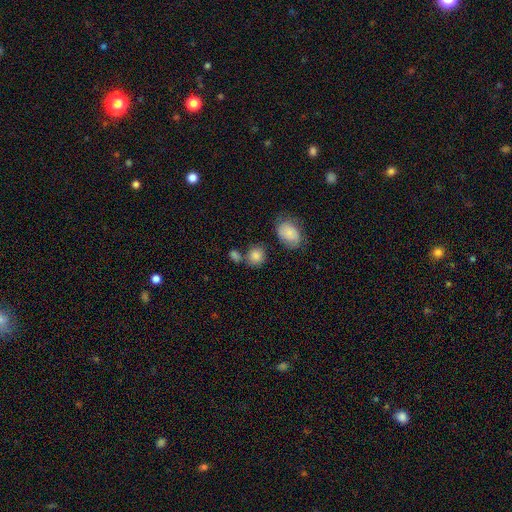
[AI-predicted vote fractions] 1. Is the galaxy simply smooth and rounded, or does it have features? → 84% smooth, 9% star or artifact, 7% featured or disk.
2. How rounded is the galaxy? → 74% round, 24% in between, 1% cigar-shaped.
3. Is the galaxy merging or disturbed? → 64% none, 18% merger, 13% minor disturbance, 5% major disturbance.